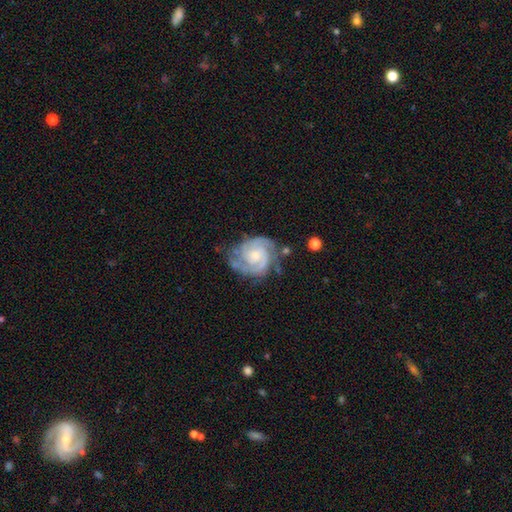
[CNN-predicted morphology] Smooth or featured?
  - featured or disk: 89% *
  - smooth: 6%
  - star or artifact: 5%
Edge-on disk?
  - no: 98% *
  - yes: 2%
Bar?
  - no: 66% *
  - weak: 29%
  - strong: 5%
Spiral arms?
  - yes: 98% *
  - no: 2%
Spiral winding?
  - tight: 63% *
  - medium: 32%
  - loose: 5%
Spiral arm count?
  - 2: 68% *
  - 3: 15%
  - can't tell: 9%
  - 4: 3%
  - 1: 3%
  - more than 4: 2%
Bulge size?
  - small: 52% *
  - moderate: 40%
  - none: 4%
  - large: 3%
  - dominant: 1%
Merging?
  - none: 66% *
  - minor disturbance: 22%
  - major disturbance: 9%
  - merger: 3%